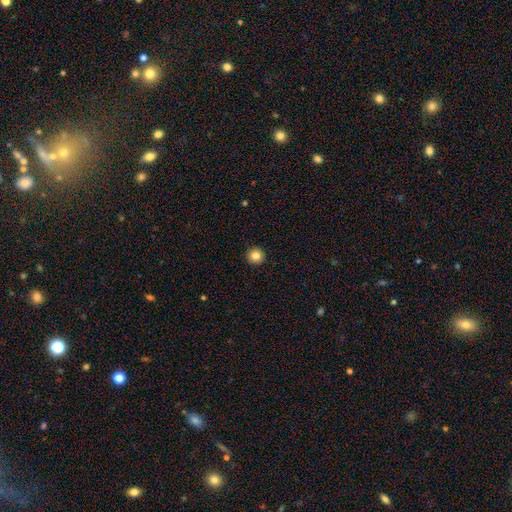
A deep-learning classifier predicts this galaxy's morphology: This appears to be a smooth galaxy with no disk features (84%) that is round (95%). Merging: none (93%).